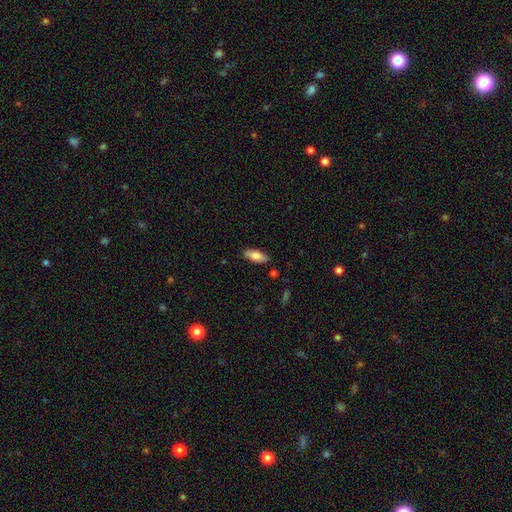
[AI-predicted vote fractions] This appears to be a smooth galaxy with no disk features (81%) that is in between round and cigar-shaped (81%). Merging: none (85%).